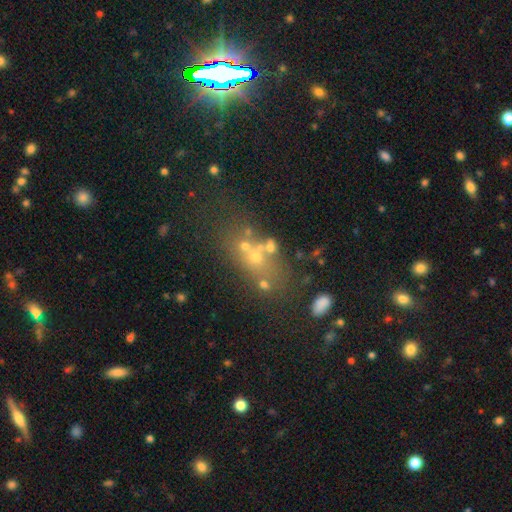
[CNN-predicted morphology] The model was most divided on "merging": none: 42%, merger: 33%, minor disturbance: 13%, major disturbance: 12%. Remaining: smooth or featured — smooth (42%).